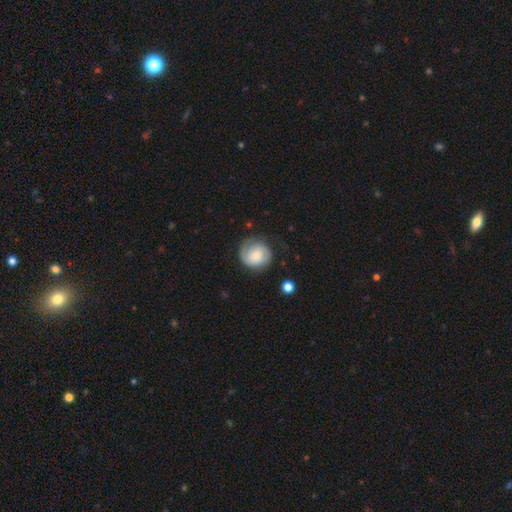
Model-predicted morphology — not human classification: The model was most divided on "smooth or featured": smooth: 47%, featured or disk: 45%, star or artifact: 7%. More confident: merging — none (72%).